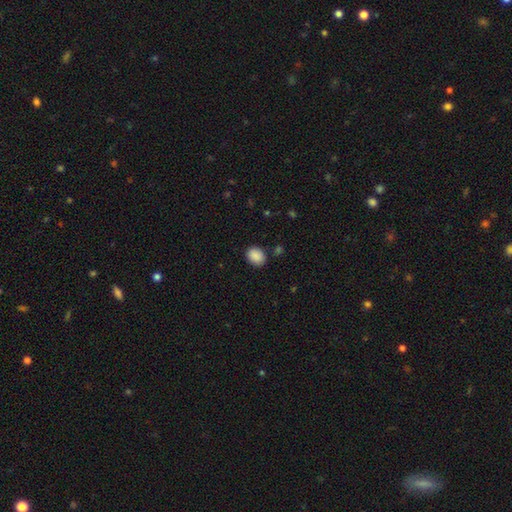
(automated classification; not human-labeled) Smooth or featured: smooth — 89% (star or artifact — 8%)
How rounded: in between — 60% (round — 39%)
Merging: none — 83% (minor disturbance — 12%)